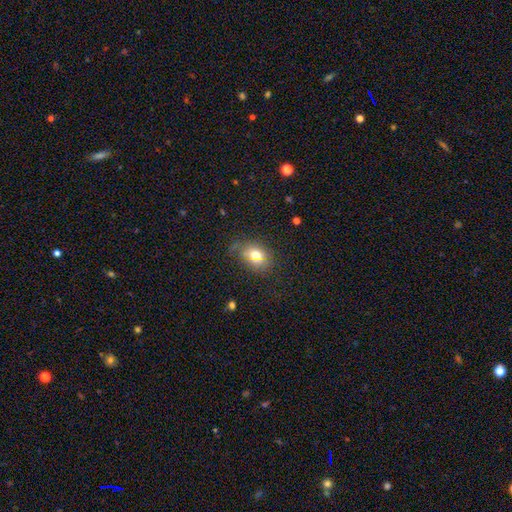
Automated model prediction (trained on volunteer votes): smooth 74%, featured or disk 14%, star or artifact 12%. Down the decision tree: how rounded — in between (62%); merging — none (69%).